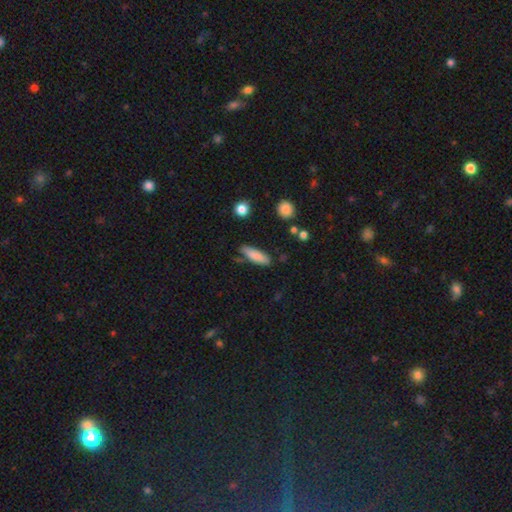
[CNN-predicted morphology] A smooth galaxy with no disk features (83%) that is cigar-shaped (56%). Merging: none (75%).